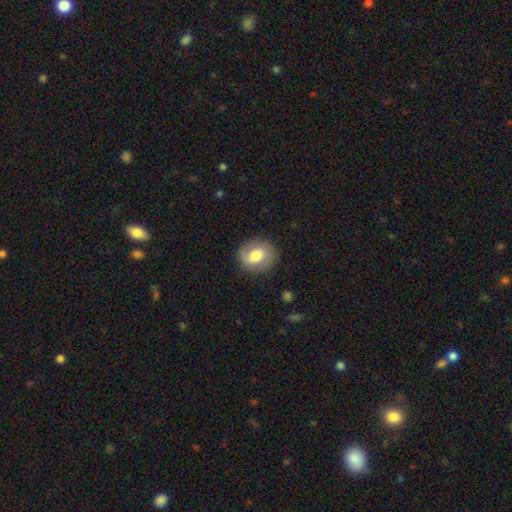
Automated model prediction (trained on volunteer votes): A smooth galaxy with no disk features (62%) that is round (64%).

Vote fractions:
- Smooth or featured? smooth: 62% / featured or disk: 30% / star or artifact: 7%
- How rounded? round: 64% / in between: 35% / cigar-shaped: 1%
- Merging? none: 84% / minor disturbance: 11% / major disturbance: 4% / merger: 1%